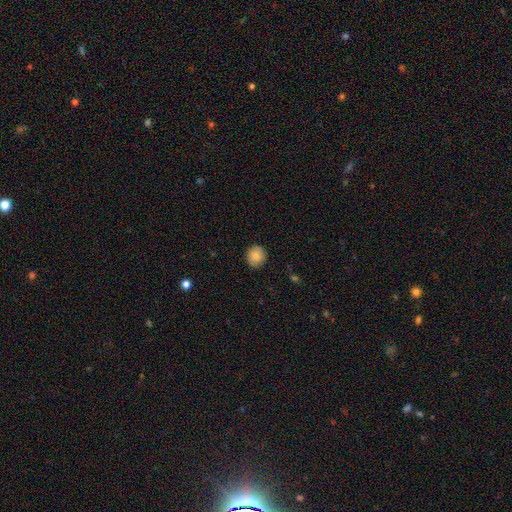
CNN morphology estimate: This appears to be a smooth galaxy with no disk features (83%) that is round (87%). Merging: none (86%).